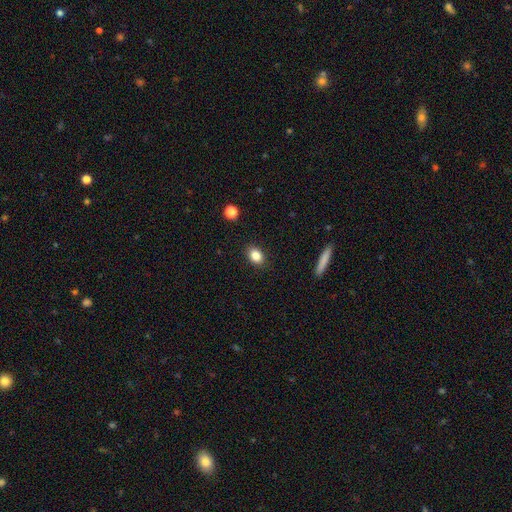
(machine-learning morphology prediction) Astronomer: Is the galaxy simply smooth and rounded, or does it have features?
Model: smooth — 84%.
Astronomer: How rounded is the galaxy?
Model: in between — 70%.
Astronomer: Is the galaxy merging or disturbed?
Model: none — 88%.